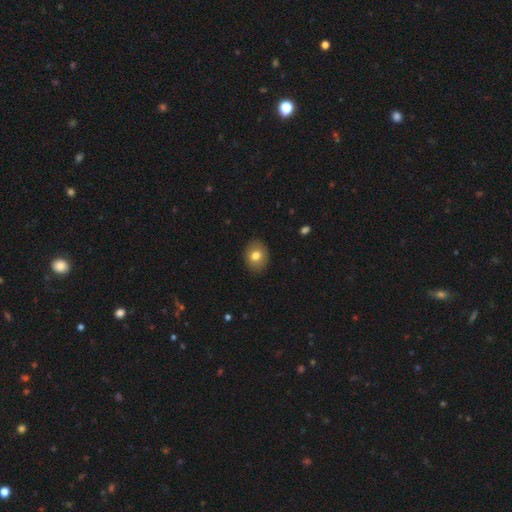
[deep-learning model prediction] A smooth galaxy with no disk features (77%) that is in between round and cigar-shaped (51%). Merging: none (88%).